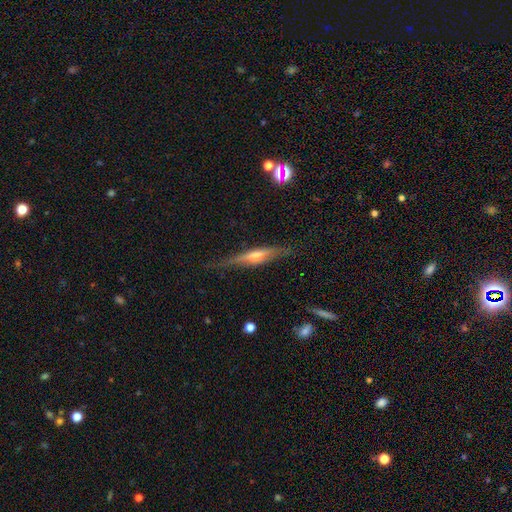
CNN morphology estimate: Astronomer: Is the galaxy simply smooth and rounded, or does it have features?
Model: featured or disk — 68%.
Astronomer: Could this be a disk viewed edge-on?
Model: yes — 95%.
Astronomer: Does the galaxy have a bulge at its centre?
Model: rounded — 73%.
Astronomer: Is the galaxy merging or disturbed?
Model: none — 78%.